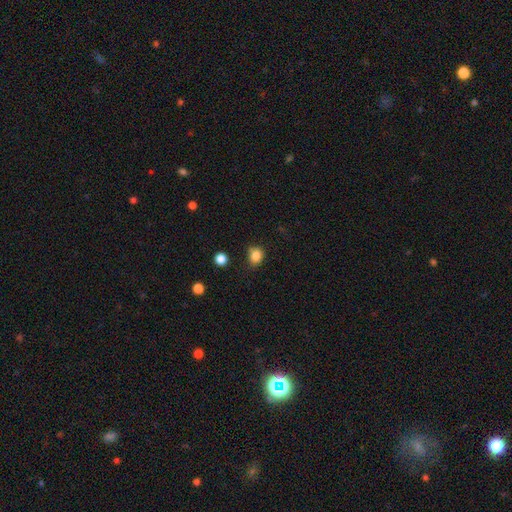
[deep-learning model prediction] Smooth or featured?
  - smooth: 84% *
  - star or artifact: 11%
  - featured or disk: 5%
How rounded?
  - round: 65% *
  - in between: 34%
  - cigar-shaped: 1%
Merging?
  - none: 71% *
  - minor disturbance: 20%
  - merger: 5%
  - major disturbance: 4%